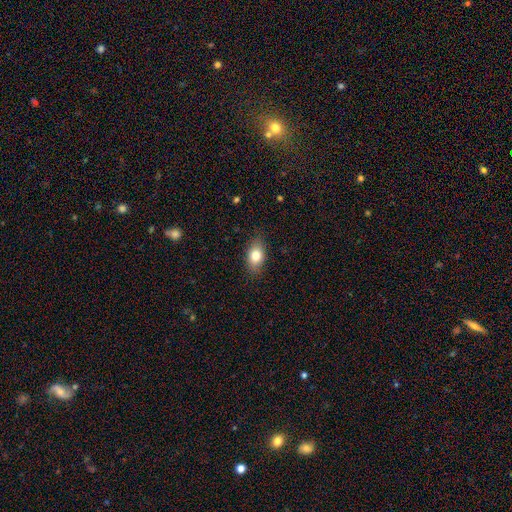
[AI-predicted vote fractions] smooth 79%, featured or disk 13%, star or artifact 8%. Down the decision tree: how rounded — in between (85%); merging — none (85%).